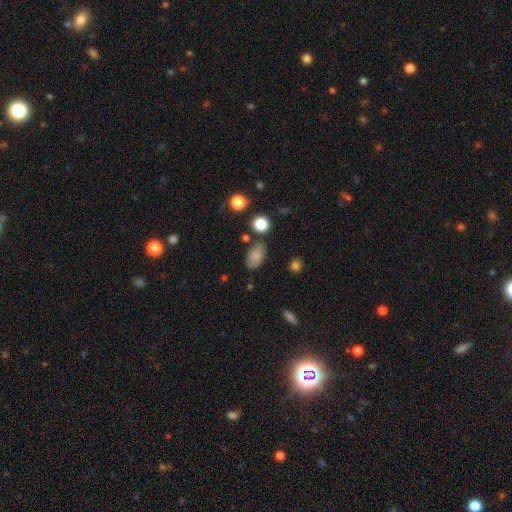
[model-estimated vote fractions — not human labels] Morphology: type=smooth (84%); roundness=in between (91%); merging=none (79%).